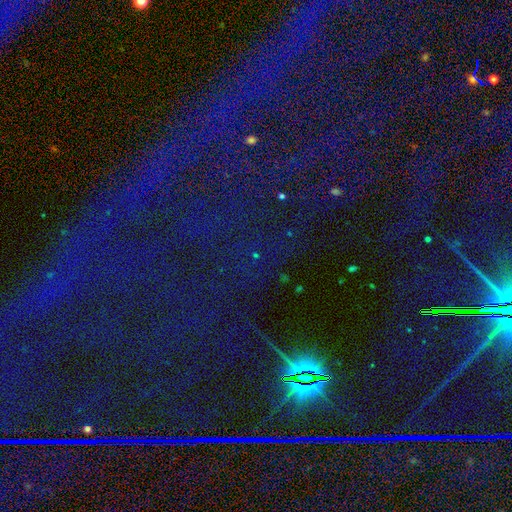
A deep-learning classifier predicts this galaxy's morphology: This is likely a star or artifact rather than a galaxy (80%).